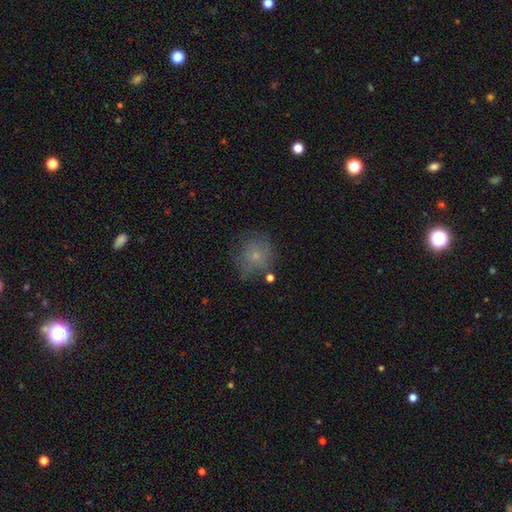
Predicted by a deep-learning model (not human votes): Smooth or featured? smooth (67%)
How rounded? round (85%)
Merging? none (68%)